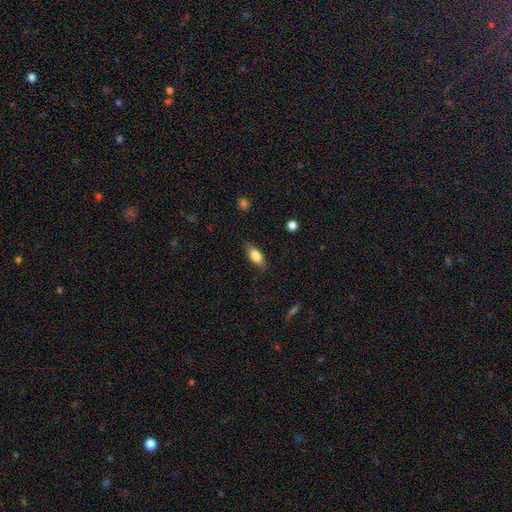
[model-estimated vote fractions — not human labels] This appears to be a smooth galaxy with no disk features (81%) that is in between round and cigar-shaped (83%). Merging: none (81%).